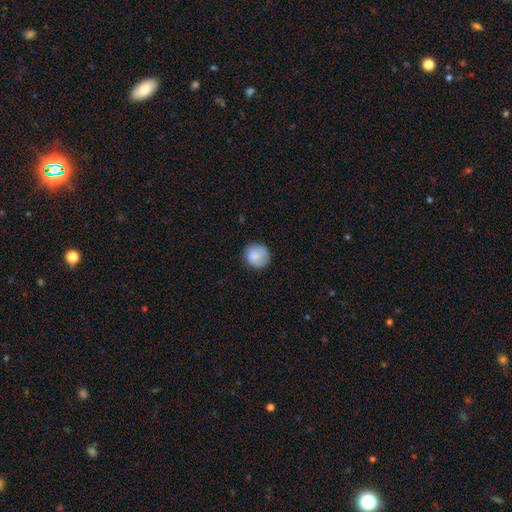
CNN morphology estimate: Q: Smooth or featured?
A: smooth (86%); runner-up: featured or disk (7%)
Q: How rounded?
A: round (92%); runner-up: in between (7%)
Q: Merging?
A: none (82%); runner-up: minor disturbance (14%)